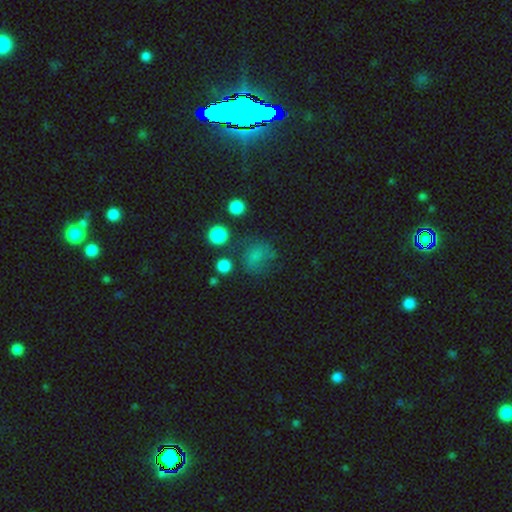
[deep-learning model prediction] This appears to be a smooth galaxy with no disk features (69%) that is round (70%). Merging: none (57%).